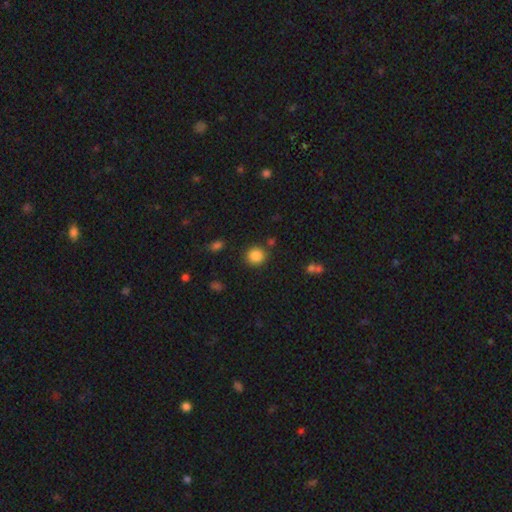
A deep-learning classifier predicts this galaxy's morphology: smooth-or-featured: smooth: 85% | star or artifact: 10% | featured or disk: 4%
  how-rounded: round: 90% | in between: 9% | cigar-shaped: 1%
  merging: none: 84% | minor disturbance: 9% | merger: 5% | major disturbance: 3%